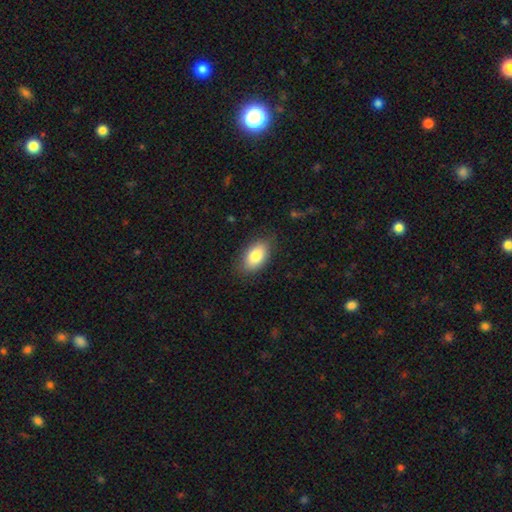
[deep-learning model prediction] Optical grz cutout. It shows a smooth galaxy with no disk features (83%) that is in between round and cigar-shaped (92%). Merging: none (83%).